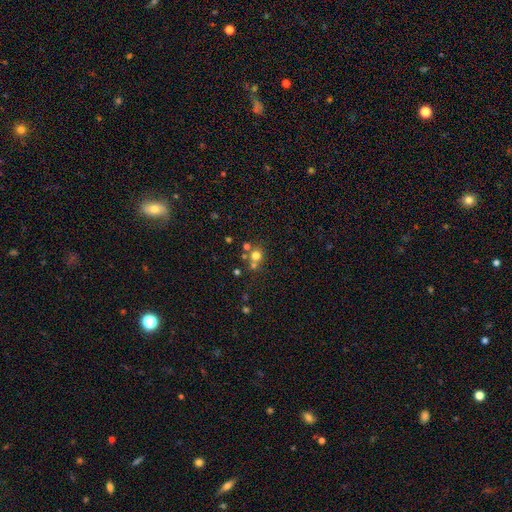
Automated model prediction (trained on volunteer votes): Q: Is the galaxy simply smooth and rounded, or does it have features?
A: smooth — 69%.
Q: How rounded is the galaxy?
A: round — 86%.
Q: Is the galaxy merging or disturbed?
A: none — 53%.